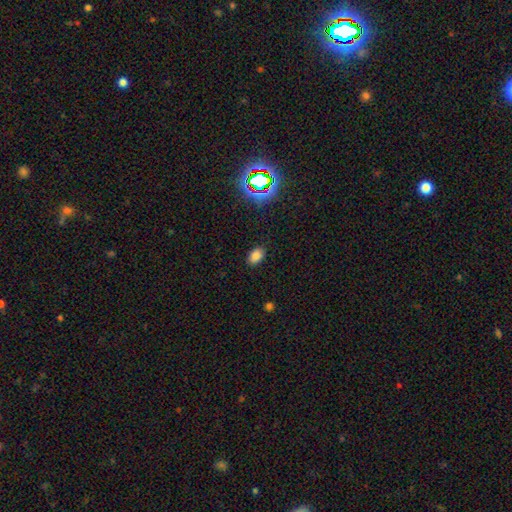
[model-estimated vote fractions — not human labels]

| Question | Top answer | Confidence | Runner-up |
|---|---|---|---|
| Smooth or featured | smooth | 80% | star or artifact (14%) |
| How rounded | in between | 85% | round (14%) |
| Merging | none | 86% | minor disturbance (10%) |